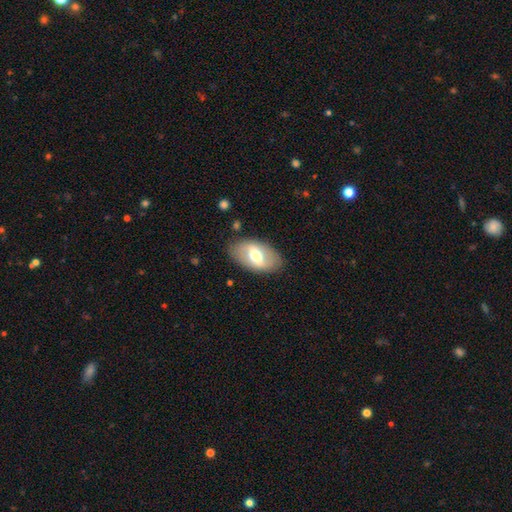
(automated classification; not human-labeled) Overall: smooth (51%; featured or disk 43%). How rounded: in between (92%). Merging: none (82%).